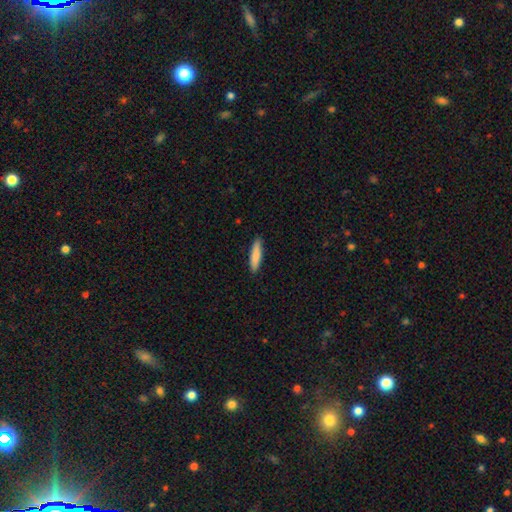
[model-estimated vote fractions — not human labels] smooth 83%, featured or disk 11%, star or artifact 5%. Down the decision tree: how rounded — cigar-shaped (80%); merging — none (90%).